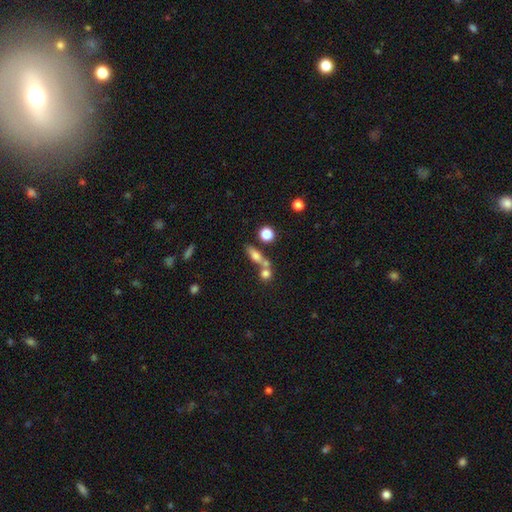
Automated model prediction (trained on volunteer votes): smooth_or_featured: smooth (p=0.65) [alt: featured or disk p=0.22]
how_rounded: in between (p=0.47) [alt: cigar-shaped p=0.31]
merging: none (p=0.46) [alt: merger p=0.38]